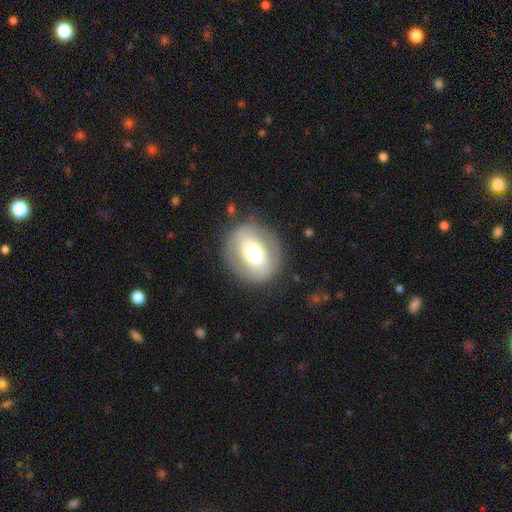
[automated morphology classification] This is possibly a smooth galaxy (52%). How rounded: likely round (66%). Merging: clearly none (83%).